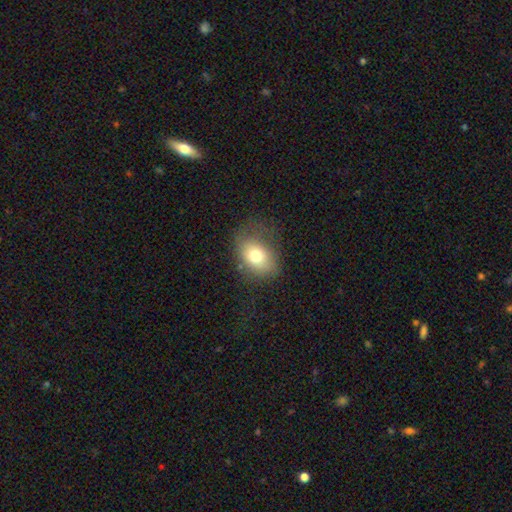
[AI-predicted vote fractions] Q: Smooth or featured?
A: smooth (74%); runner-up: featured or disk (16%)
Q: How rounded?
A: in between (69%); runner-up: round (30%)
Q: Merging?
A: none (60%); runner-up: minor disturbance (24%)